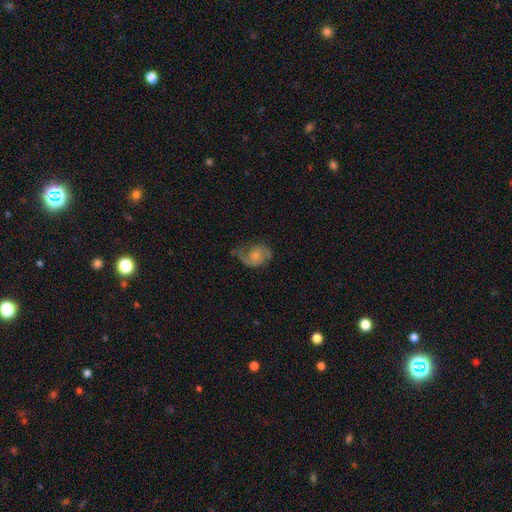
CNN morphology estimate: smooth-or-featured: featured or disk: 82% | smooth: 12% | star or artifact: 6%
  disk-edge-on: no: 98% | yes: 2%
    bar: no: 67% | weak: 29% | strong: 4%
    has-spiral-arms: yes: 96% | no: 4%
      spiral-winding: medium: 52% | loose: 24% | tight: 24%
      spiral-arm-count: 2: 89% | 1: 4% | can't tell: 4% | 3: 1% | 4: 1% | more than 4: 1%
    bulge-size: small: 37% | moderate: 34% | none: 20% | large: 7% | dominant: 2%
  merging: none: 64% | minor disturbance: 22% | major disturbance: 12% | merger: 2%